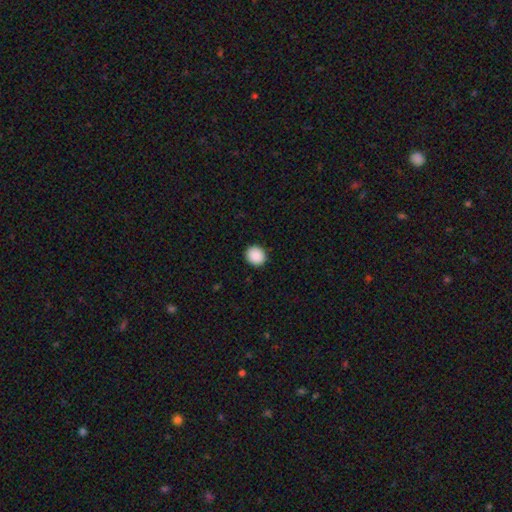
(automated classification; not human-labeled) Smooth or featured?
  - smooth: 90% *
  - star or artifact: 8%
  - featured or disk: 2%
How rounded?
  - round: 82% *
  - in between: 18%
  - cigar-shaped: 1%
Merging?
  - none: 91% *
  - minor disturbance: 6%
  - major disturbance: 2%
  - merger: 1%